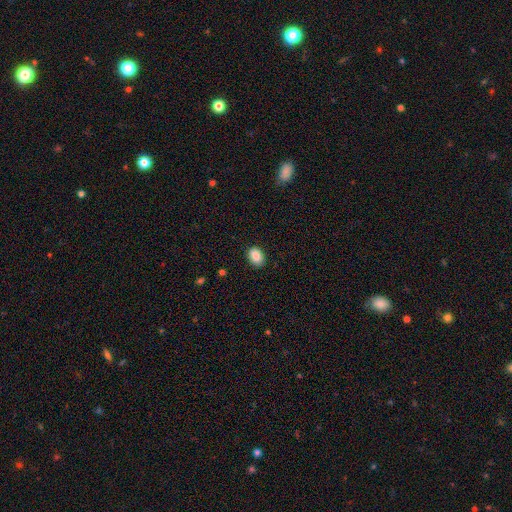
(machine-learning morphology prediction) type=smooth (88%); roundness=in between (76%); merging=none (89%).